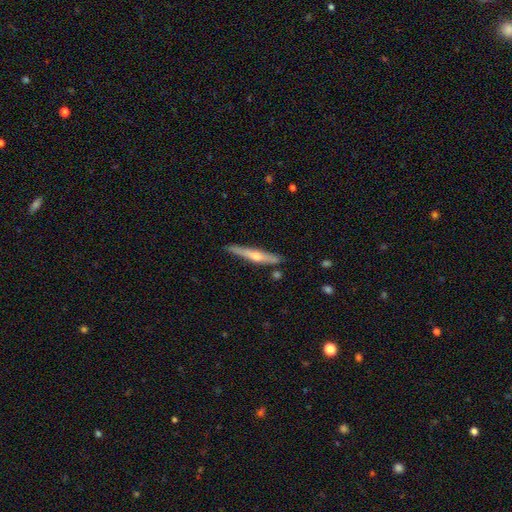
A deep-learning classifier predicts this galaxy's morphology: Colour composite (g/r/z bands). It shows a featured or disk galaxy (63%) viewed edge-on (96%) with a rounded central bulge (88%). Merging: none (84%).